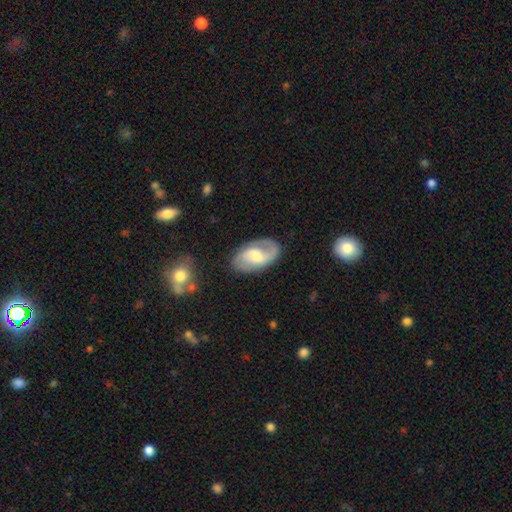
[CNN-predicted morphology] type=featured or disk (74%); edge-on=no (96%); bar=weak (53%); spiral arms=yes (91%); winding=medium (48%); arm count=2 (81%); bulge=moderate (54%); merging=none (77%).